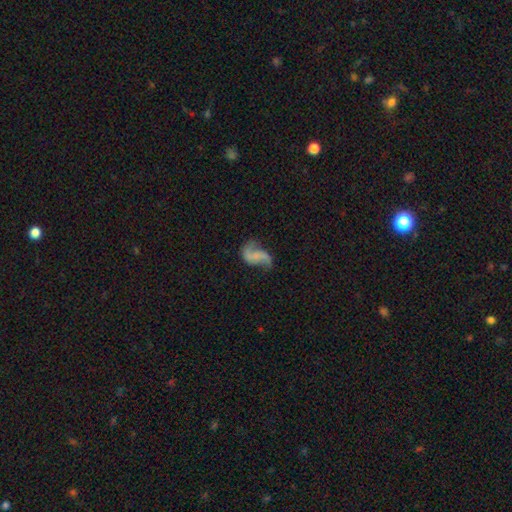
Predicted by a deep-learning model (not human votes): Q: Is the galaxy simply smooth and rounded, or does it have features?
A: featured or disk — 76%.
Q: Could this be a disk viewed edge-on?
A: no — 98%.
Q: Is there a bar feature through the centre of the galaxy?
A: no — 46%.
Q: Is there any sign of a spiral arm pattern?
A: yes — 91%.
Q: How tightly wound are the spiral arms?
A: loose — 77%.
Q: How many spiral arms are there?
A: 2 — 89%.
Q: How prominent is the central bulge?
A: none — 68%.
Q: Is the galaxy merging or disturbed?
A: none — 62%.